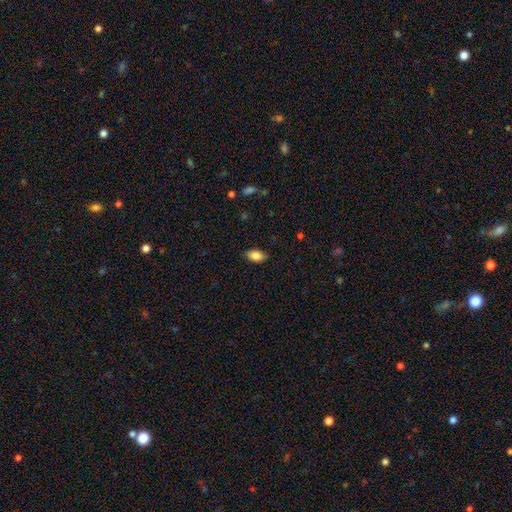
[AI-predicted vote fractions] Morphology: type=smooth (85%); roundness=in between (91%); merging=none (84%).